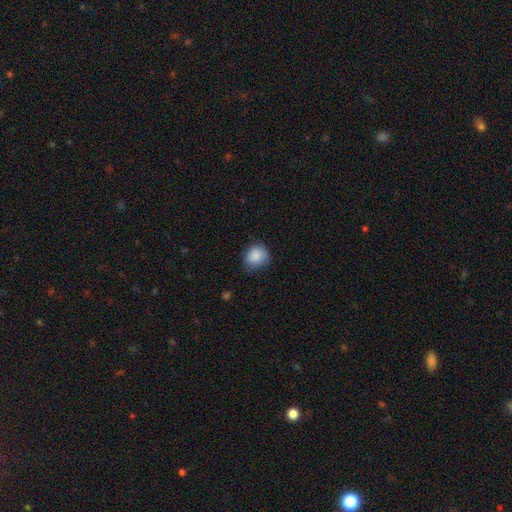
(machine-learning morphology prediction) Q: Smooth or featured?
A: smooth (87%); runner-up: star or artifact (8%)
Q: How rounded?
A: round (74%); runner-up: in between (25%)
Q: Merging?
A: none (72%); runner-up: minor disturbance (23%)